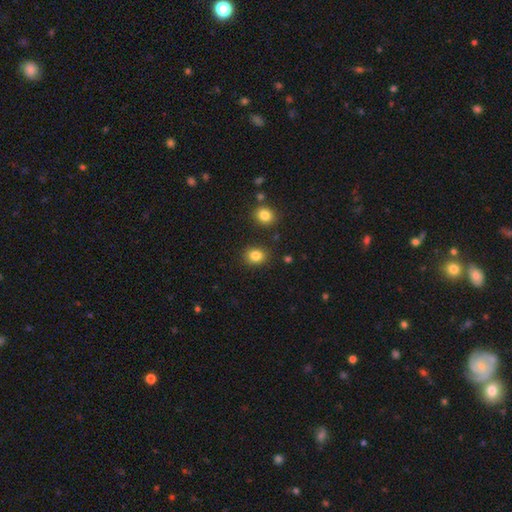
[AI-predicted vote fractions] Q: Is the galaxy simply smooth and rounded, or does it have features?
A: smooth — 84%.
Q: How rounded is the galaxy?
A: round — 62%.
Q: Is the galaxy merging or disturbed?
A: none — 86%.